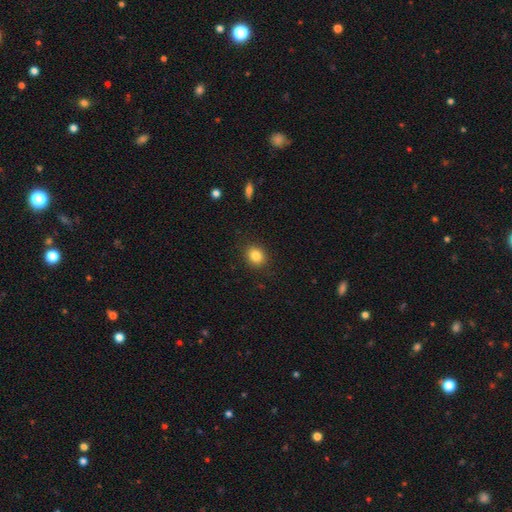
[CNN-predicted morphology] The model was most divided on "how rounded": round: 64%, in between: 35%, cigar-shaped: 1%. More confident: merging — none (89%); smooth or featured — smooth (84%).